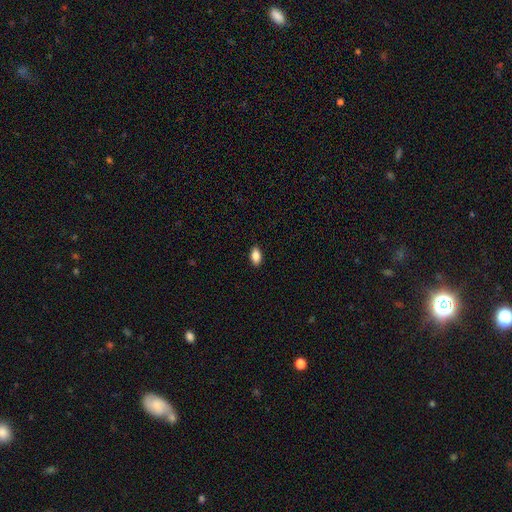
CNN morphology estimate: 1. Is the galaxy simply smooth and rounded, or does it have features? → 88% smooth, 8% star or artifact, 5% featured or disk.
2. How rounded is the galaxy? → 91% in between, 5% round, 4% cigar-shaped.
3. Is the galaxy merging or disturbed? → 89% none, 8% minor disturbance, 2% major disturbance, 1% merger.